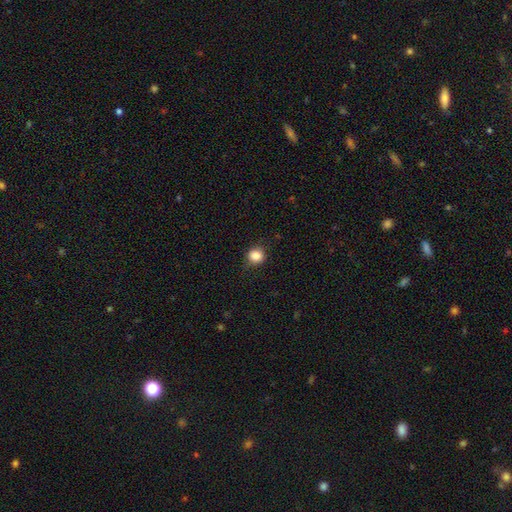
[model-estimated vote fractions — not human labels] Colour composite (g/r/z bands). It shows a smooth galaxy with no disk features (86%) that is round (77%). Merging: none (79%).